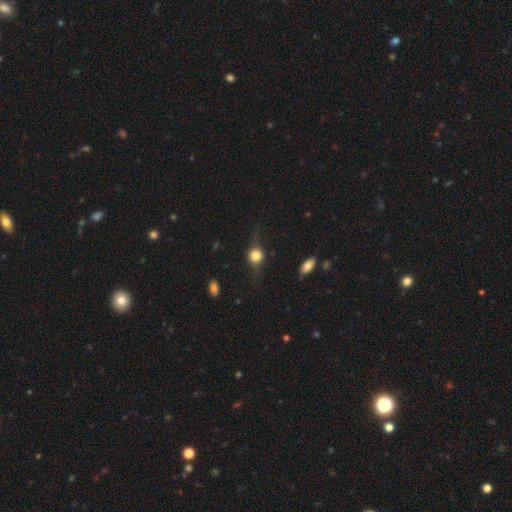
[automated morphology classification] Smooth or featured? Predicted: smooth (p=0.54). How rounded? Predicted: round (p=0.77). Merging? Predicted: none (p=0.67).